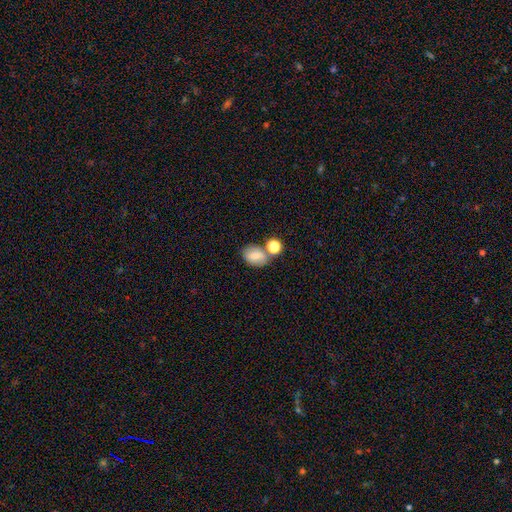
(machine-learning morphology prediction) smooth-or-featured: smooth: 76% | featured or disk: 14% | star or artifact: 10%
  how-rounded: in between: 68% | round: 30% | cigar-shaped: 1%
  merging: none: 56% | merger: 26% | minor disturbance: 13% | major disturbance: 4%